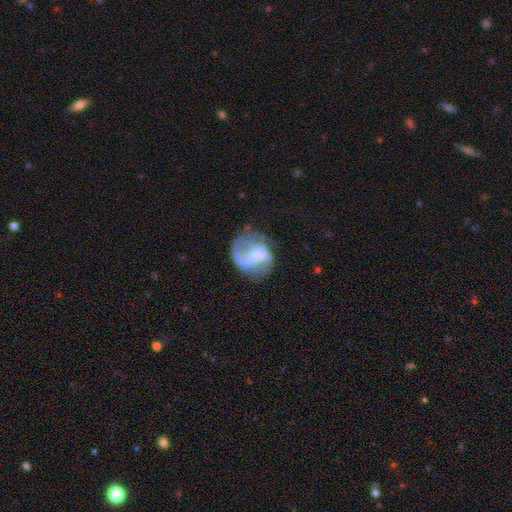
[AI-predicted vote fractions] A featured or disk galaxy (78%) with a weak bar (51%), 2 (58%) loose (51%) spiral arms (91%) and a small central bulge (51%).

Vote fractions:
- Smooth or featured? featured or disk: 78% / smooth: 15% / star or artifact: 7%
- Edge-on disk? no: 98% / yes: 2%
- Bar? weak: 51% / no: 29% / strong: 20%
- Spiral arms? yes: 91% / no: 9%
- Spiral winding? loose: 51% / medium: 39% / tight: 10%
- Spiral arm count? 2: 58% / 1: 25% / can't tell: 9% / 3: 5% / 4: 2% / more than 4: 2%
- Bulge size? small: 51% / moderate: 30% / none: 14% / large: 4% / dominant: 1%
- Merging? none: 51% / major disturbance: 25% / minor disturbance: 21% / merger: 2%